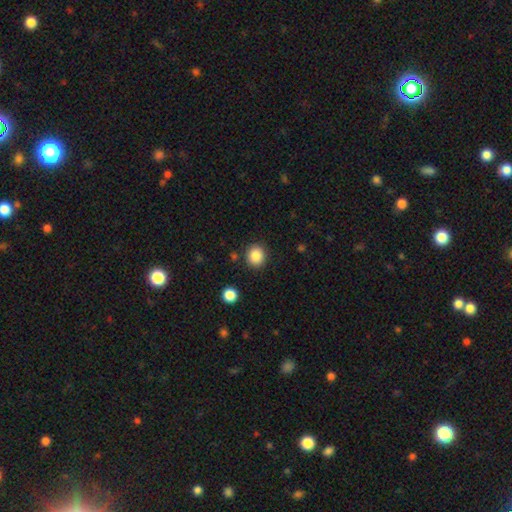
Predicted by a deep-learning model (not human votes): A smooth galaxy with no disk features (86%) that is round (84%).

Vote fractions:
- Smooth or featured? smooth: 86% / star or artifact: 10% / featured or disk: 4%
- How rounded? round: 84% / in between: 15% / cigar-shaped: 1%
- Merging? none: 88% / minor disturbance: 7% / major disturbance: 2% / merger: 2%